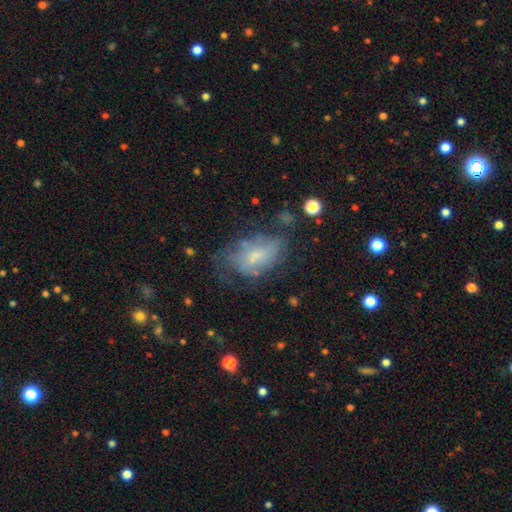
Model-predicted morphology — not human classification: A smooth galaxy with no disk features (50%) that is in between round and cigar-shaped (88%).

Vote fractions:
- Smooth or featured? smooth: 50% / featured or disk: 39% / star or artifact: 11%
- How rounded? in between: 88% / round: 10% / cigar-shaped: 2%
- Merging? none: 40% / minor disturbance: 31% / major disturbance: 25% / merger: 4%